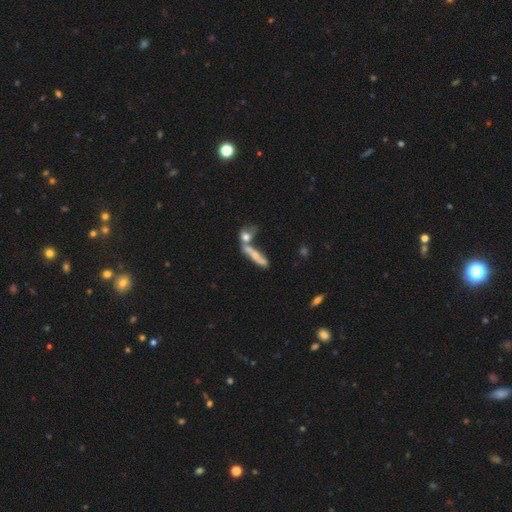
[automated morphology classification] smooth_or_featured: smooth (p=0.48) [alt: featured or disk p=0.43]
merging: merger (p=0.52) [alt: none p=0.29]